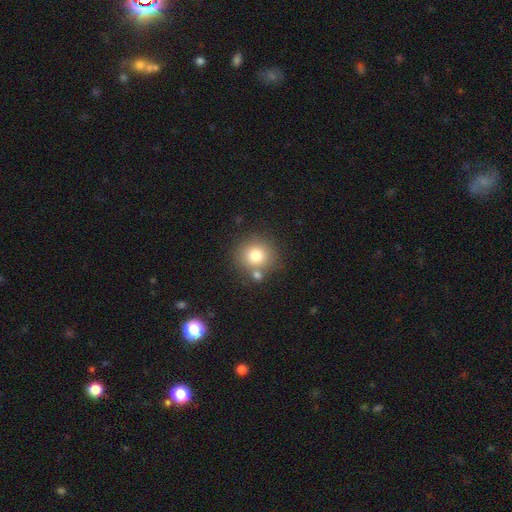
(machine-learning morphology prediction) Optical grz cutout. It shows a smooth galaxy with no disk features (78%) that is round (89%). Merging: none (71%).